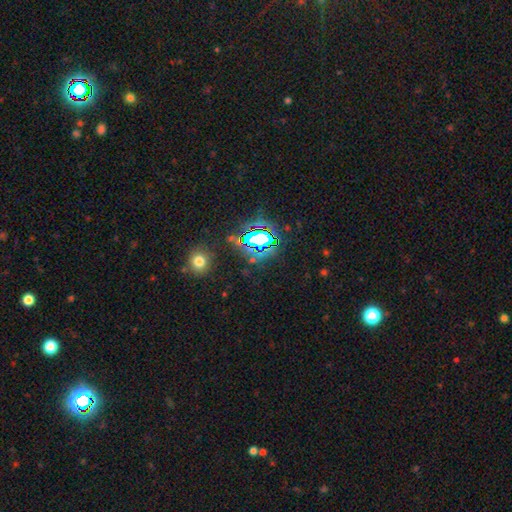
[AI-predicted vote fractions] This appears to be a star or artifact, not a galaxy (75%).